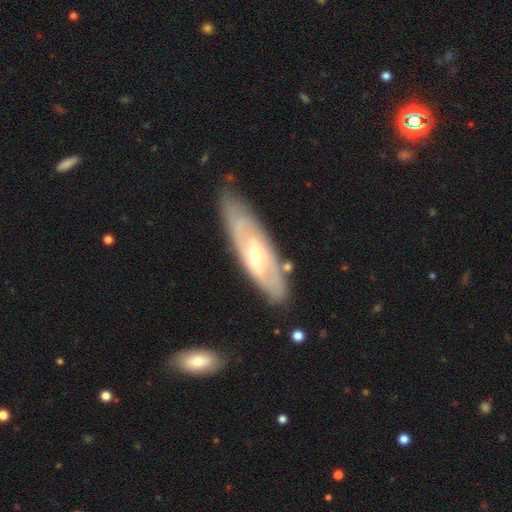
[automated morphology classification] Overall: featured or disk (73%). Edge-on disk: no (75%). Bar: no (55%; weak 34%). Spiral arms: yes (72%). Bulge size: small (57%; moderate 39%). Merging: none (79%).